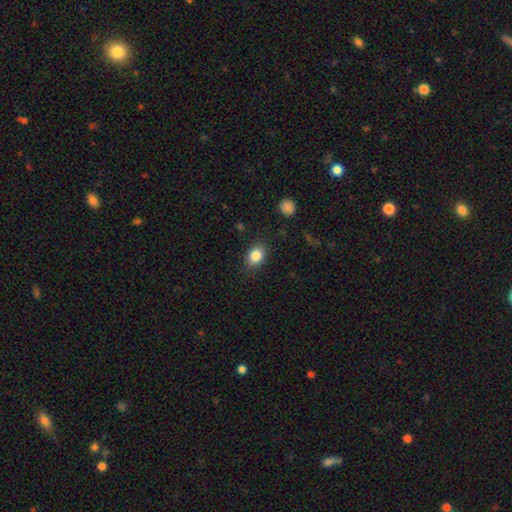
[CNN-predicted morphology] This appears to be a smooth galaxy with no disk features (85%) that is in between round and cigar-shaped (71%). Merging: none (84%).